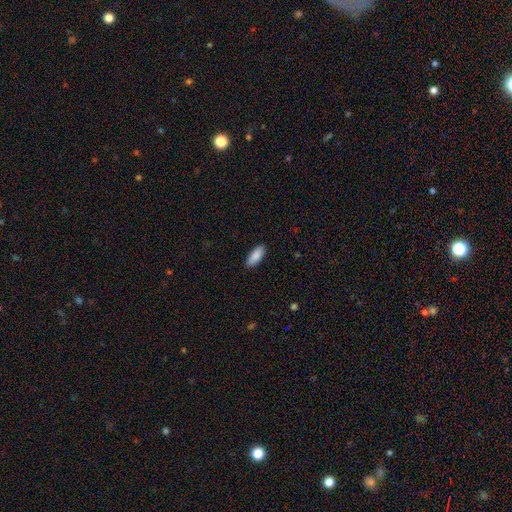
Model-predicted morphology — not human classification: Smooth or featured?
  - smooth: 89% *
  - star or artifact: 6%
  - featured or disk: 5%
How rounded?
  - in between: 77% *
  - cigar-shaped: 21%
  - round: 2%
Merging?
  - none: 89% *
  - minor disturbance: 8%
  - major disturbance: 2%
  - merger: 1%